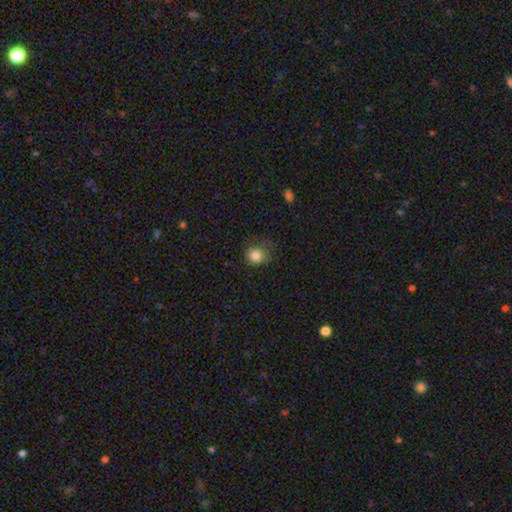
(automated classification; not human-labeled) This appears to be a smooth galaxy with no disk features (81%) that is round (77%). Merging: none (62%).